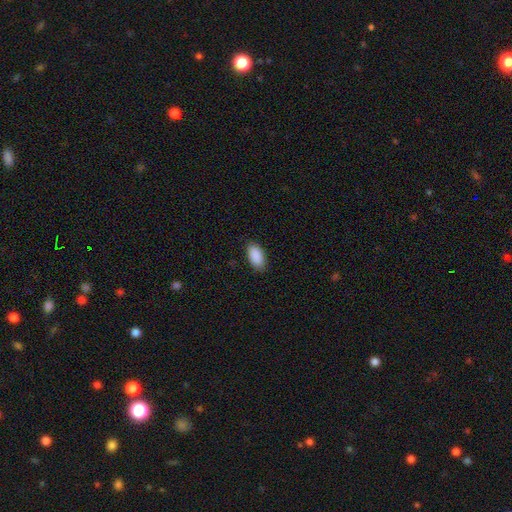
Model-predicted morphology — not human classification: type=smooth (91%); roundness=in between (94%); merging=none (87%).